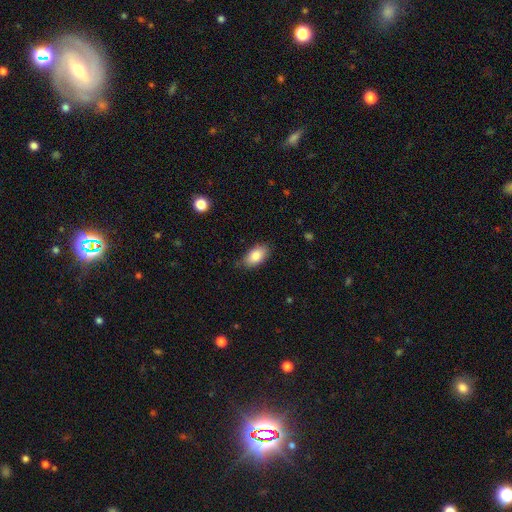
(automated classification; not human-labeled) Smooth or featured?
  - smooth: 85% *
  - featured or disk: 8%
  - star or artifact: 7%
How rounded?
  - in between: 93% *
  - round: 5%
  - cigar-shaped: 2%
Merging?
  - none: 78% *
  - minor disturbance: 18%
  - major disturbance: 3%
  - merger: 1%